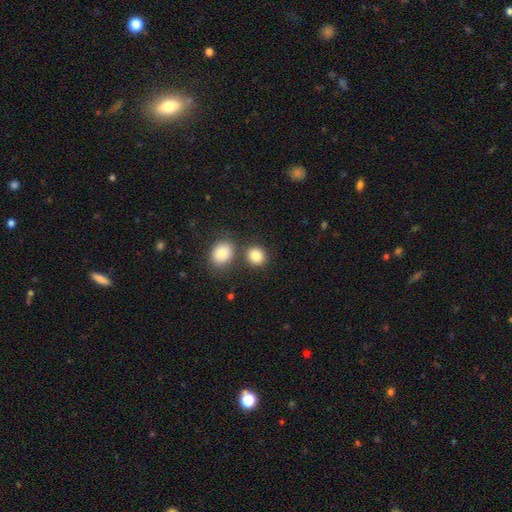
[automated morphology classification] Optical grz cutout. It shows a smooth galaxy with no disk features (85%) that is round (76%). Merging: none (71%).